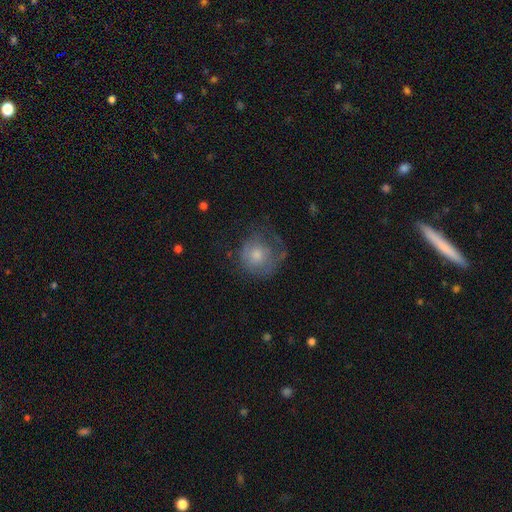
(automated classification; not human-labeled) smooth 51%, featured or disk 38%, star or artifact 11%. Down the decision tree: how rounded — round (83%); merging — none (52%).